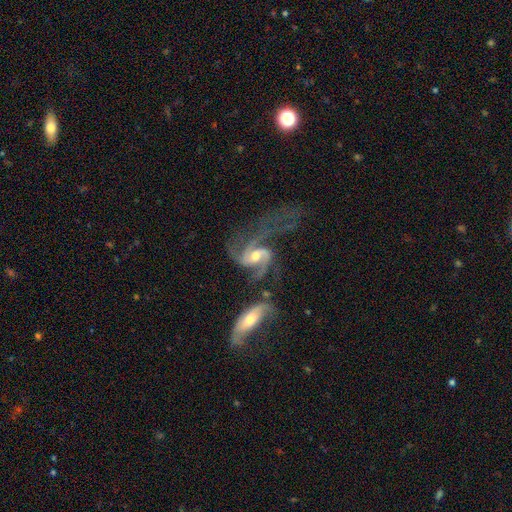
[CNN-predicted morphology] Smooth or featured? featured or disk (90%)
Edge-on disk? no (97%)
Bar? weak (44%)
Spiral arms? yes (97%)
Spiral winding? medium (49%)
Spiral arm count? 2 (49%)
Bulge size? moderate (62%)
Merging? major disturbance (30%)